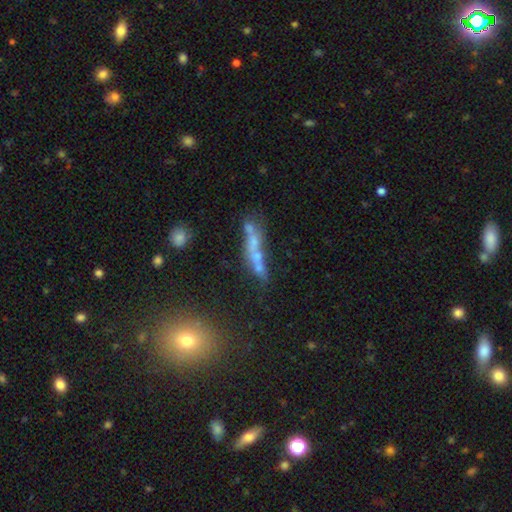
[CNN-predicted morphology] featured or disk 43%, smooth 38%, star or artifact 19%. Down the decision tree: merging — none (38%).